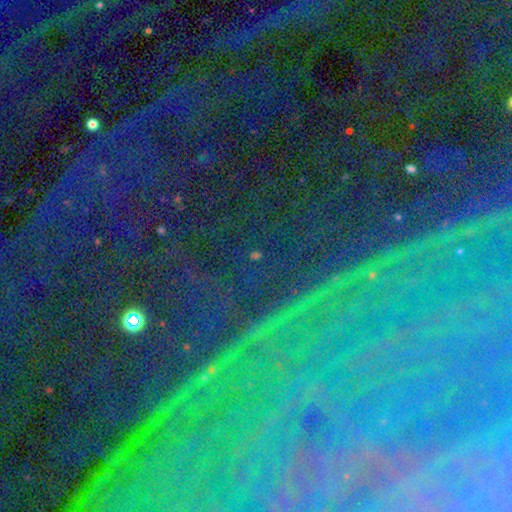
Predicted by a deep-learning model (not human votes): The model was most divided on "smooth or featured": star or artifact: 77%, smooth: 13%, featured or disk: 10%.